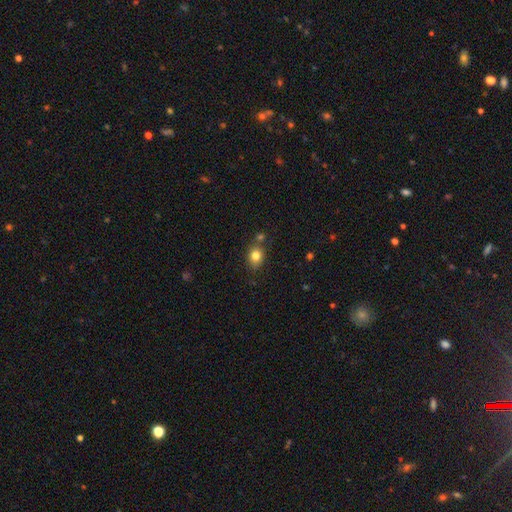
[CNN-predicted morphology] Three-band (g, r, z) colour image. It shows a smooth galaxy with no disk features (82%) that is round (51%). Merging: none (71%).